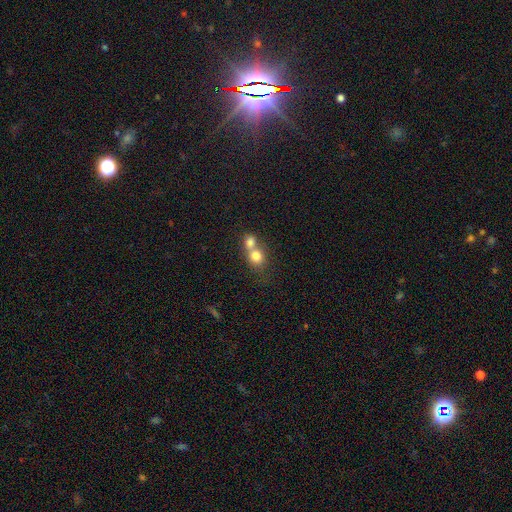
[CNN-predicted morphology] smooth 77%, featured or disk 13%, star or artifact 10%. Down the decision tree: how rounded — round (71%); merging — merger (69%).